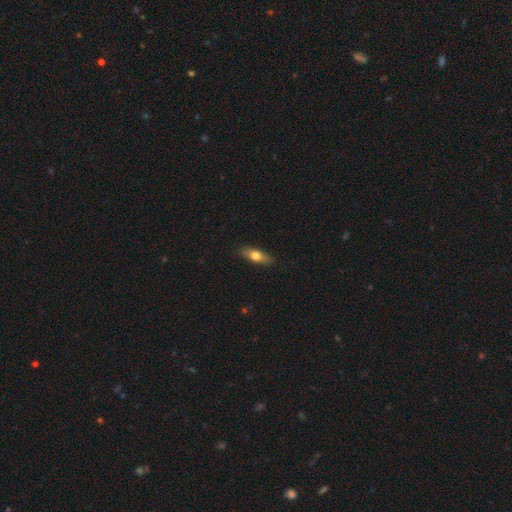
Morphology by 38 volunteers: type=smooth (71%); roundness=in between (74%); merging=none (89%).